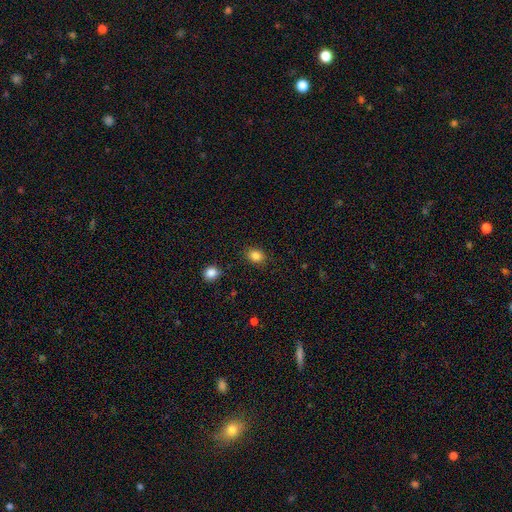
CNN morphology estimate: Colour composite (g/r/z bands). It shows a smooth galaxy with no disk features (84%) that is round (50%). Merging: none (87%).